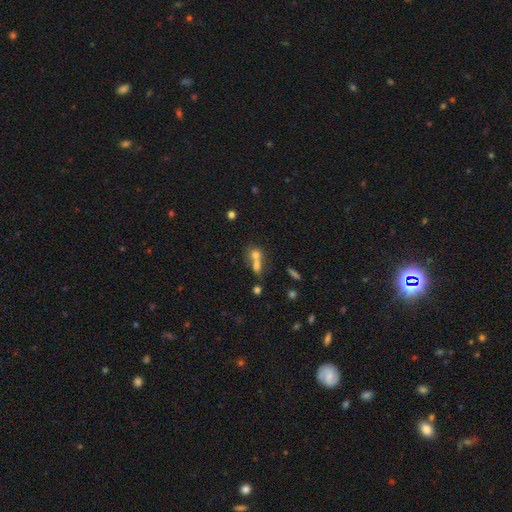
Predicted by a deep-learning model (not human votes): A smooth galaxy with no disk features (69%) that is round (56%).

Vote fractions:
- Smooth or featured? smooth: 69% / featured or disk: 16% / star or artifact: 15%
- How rounded? round: 56% / in between: 38% / cigar-shaped: 6%
- Merging? merger: 60% / none: 28% / minor disturbance: 7% / major disturbance: 6%